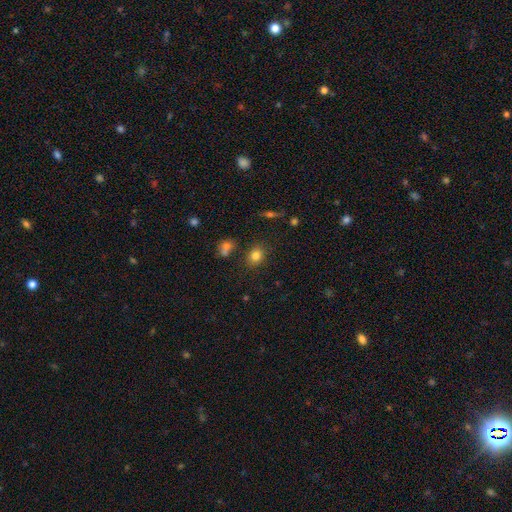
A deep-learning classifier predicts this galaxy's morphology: This appears to be a smooth galaxy with no disk features (80%) that is round (58%). Merging: none (81%).